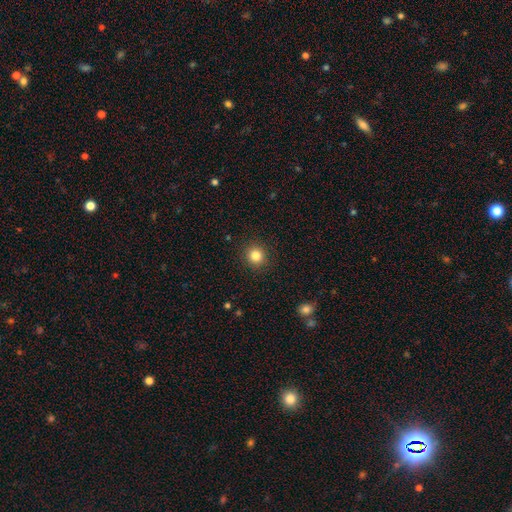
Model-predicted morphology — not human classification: The model was most divided on "smooth or featured": smooth: 83%, star or artifact: 12%, featured or disk: 5%. More confident: how rounded — round (93%); merging — none (91%).